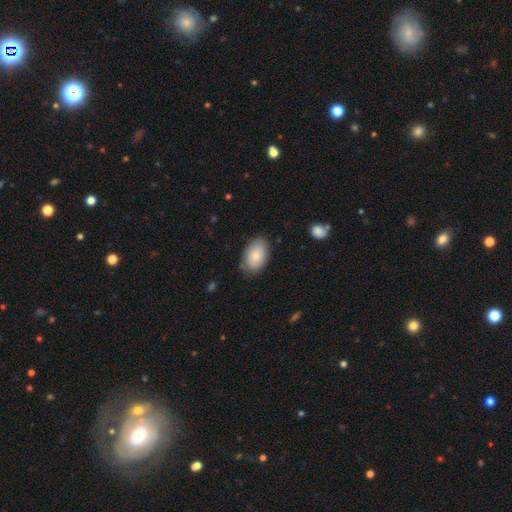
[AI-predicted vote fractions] smooth_or_featured: smooth (p=0.85) [alt: featured or disk p=0.09]
how_rounded: in between (p=0.92) [alt: round p=0.07]
merging: none (p=0.80) [alt: minor disturbance p=0.16]